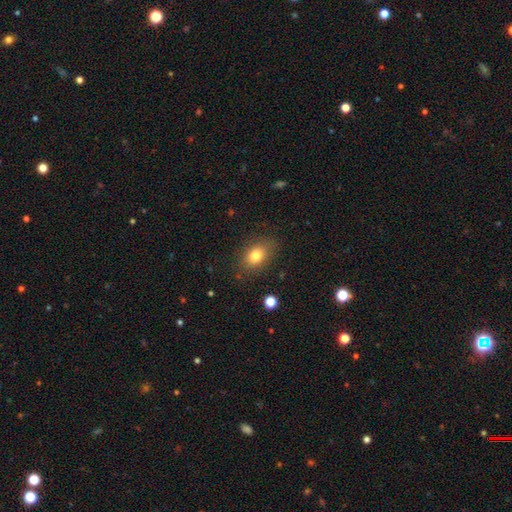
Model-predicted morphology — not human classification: Smooth or featured? Predicted: smooth (p=0.79). How rounded? Predicted: in between (p=0.75). Merging? Predicted: none (p=0.83).